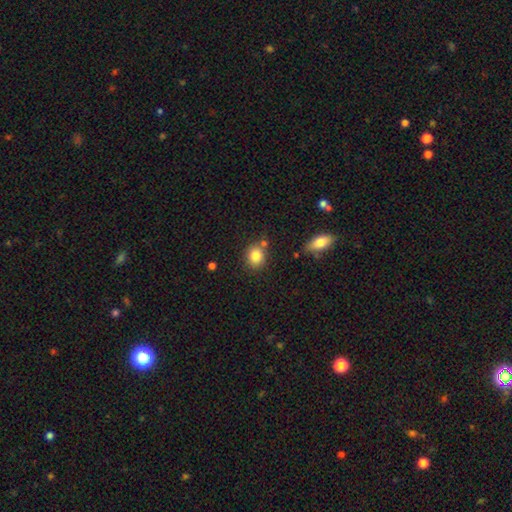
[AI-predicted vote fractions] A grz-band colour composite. It shows a smooth galaxy with no disk features (83%) that is round (70%). Merging: none (74%).